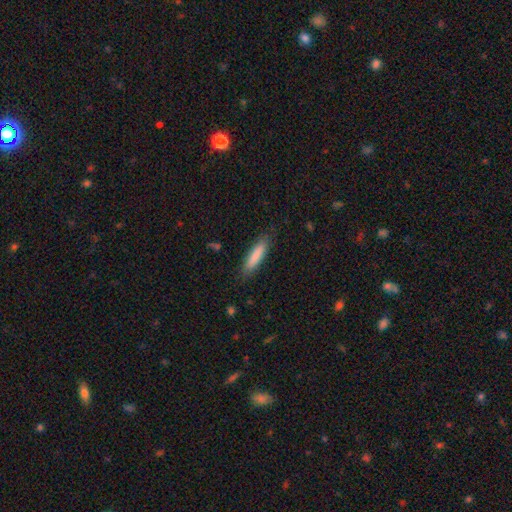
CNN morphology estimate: smooth-or-featured: smooth: 84% | featured or disk: 10% | star or artifact: 6%
  how-rounded: cigar-shaped: 76% | in between: 23% | round: 1%
  merging: none: 84% | minor disturbance: 12% | major disturbance: 3% | merger: 1%